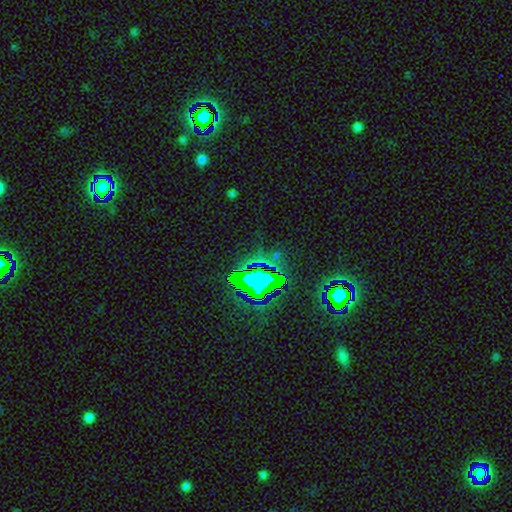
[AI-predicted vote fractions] smooth_or_featured: star or artifact (p=0.73) [alt: smooth p=0.15]